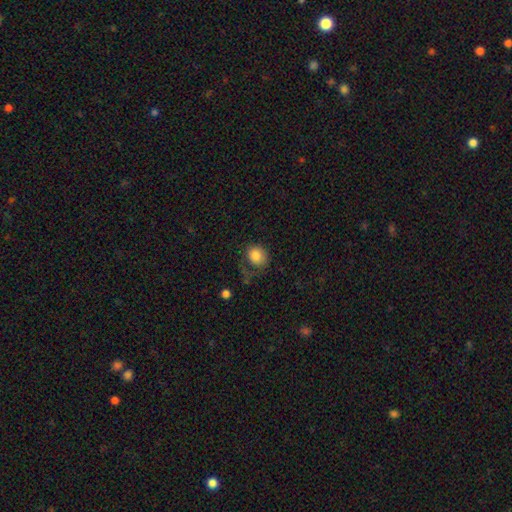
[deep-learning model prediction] Morphology: type=smooth (84%); roundness=round (59%); merging=none (55%).